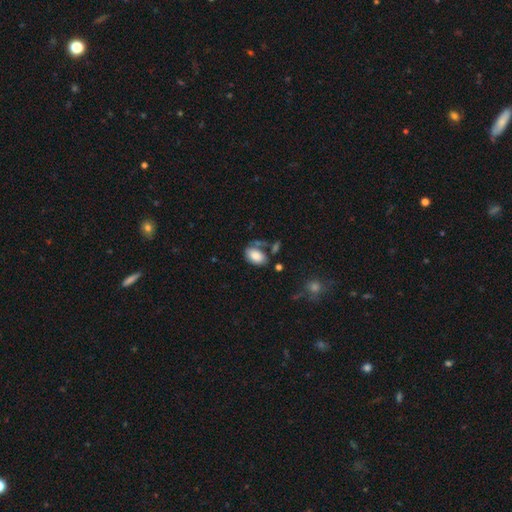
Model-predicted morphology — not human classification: Overall: smooth (83%). How rounded: in between (92%). Merging: none (54%; minor disturbance 21%).